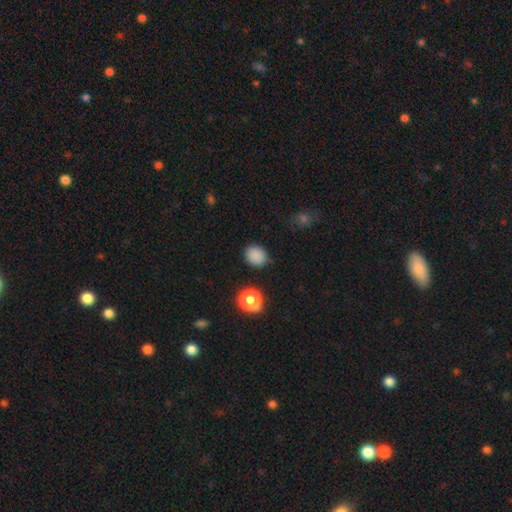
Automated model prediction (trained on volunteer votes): smooth 86%, star or artifact 11%, featured or disk 3%. Down the decision tree: how rounded — round (69%); merging — none (84%).